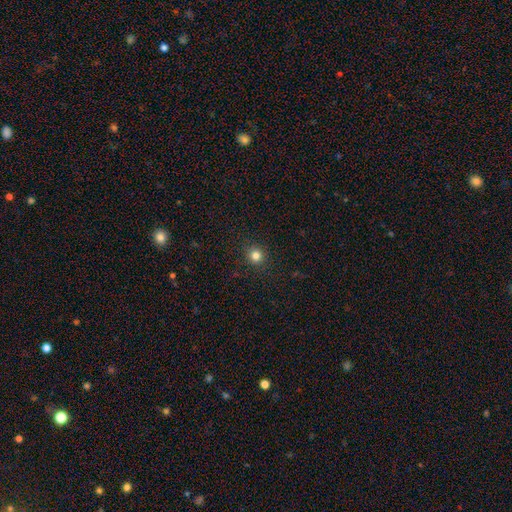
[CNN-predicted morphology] Overall: smooth (81%). How rounded: round (92%). Merging: none (92%).